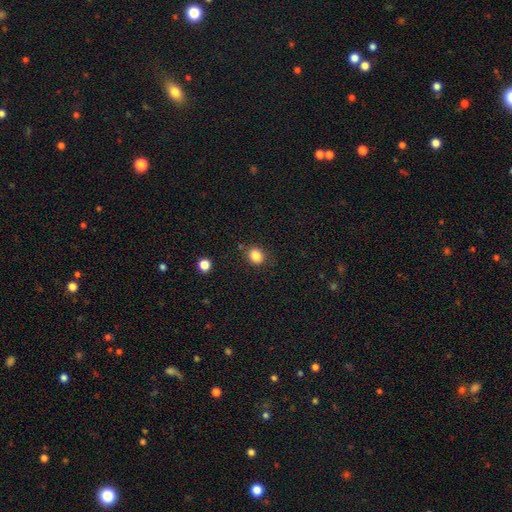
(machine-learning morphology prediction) Overall: smooth (85%). How rounded: round (62%; in between 37%). Merging: none (80%).